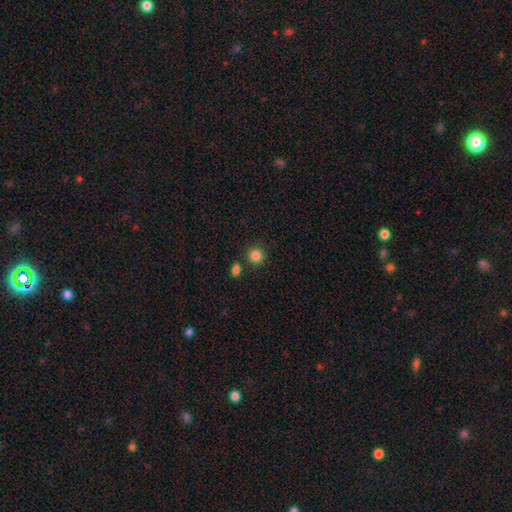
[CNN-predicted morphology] Overall: smooth (85%). How rounded: round (90%). Merging: none (82%).